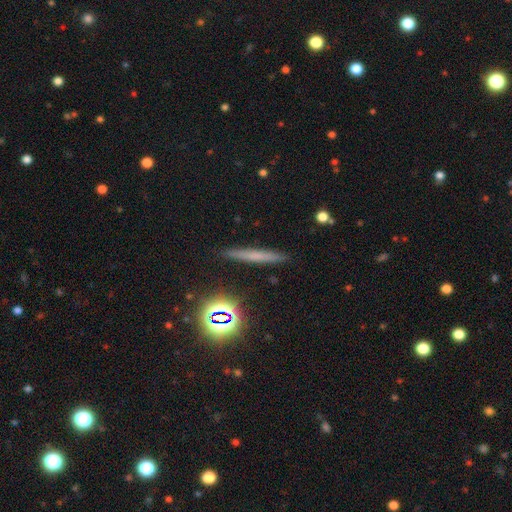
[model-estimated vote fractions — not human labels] Overall: smooth (53%; featured or disk 32%). How rounded: cigar-shaped (93%). Merging: none (89%).